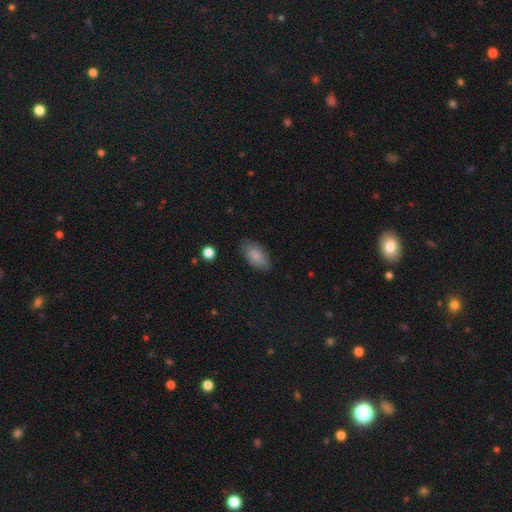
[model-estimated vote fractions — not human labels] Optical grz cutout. It shows a smooth galaxy with no disk features (85%) that is in between round and cigar-shaped (92%). Merging: none (78%).